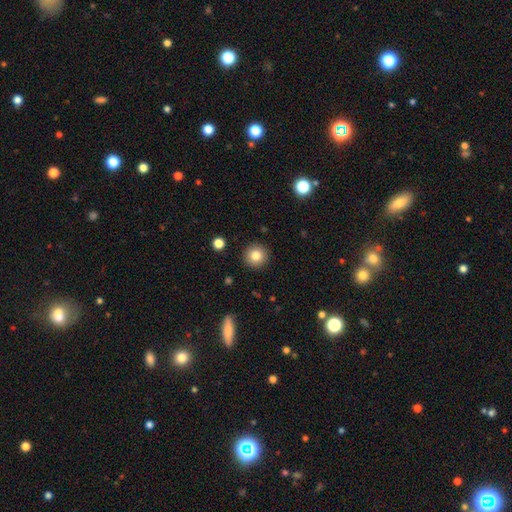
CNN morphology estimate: Overall: smooth (82%). How rounded: round (95%). Merging: none (92%).